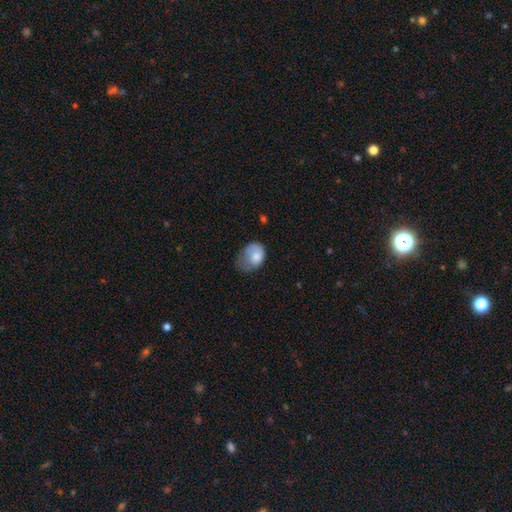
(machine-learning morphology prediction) This appears to be a smooth galaxy with no disk features (74%) that is in between round and cigar-shaped (71%). Merging: major disturbance (40%).